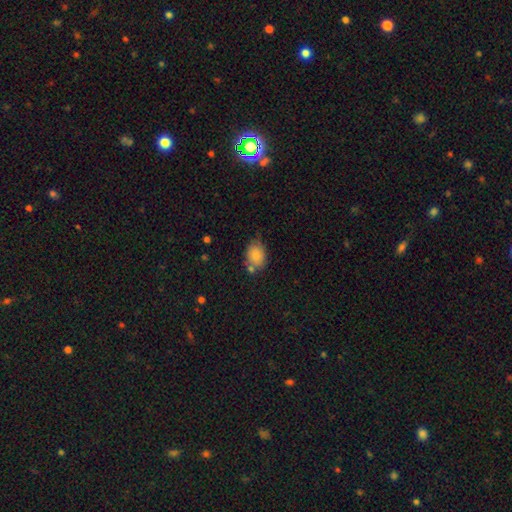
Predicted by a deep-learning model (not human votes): Smooth or featured? smooth (83%)
How rounded? in between (74%)
Merging? none (63%)